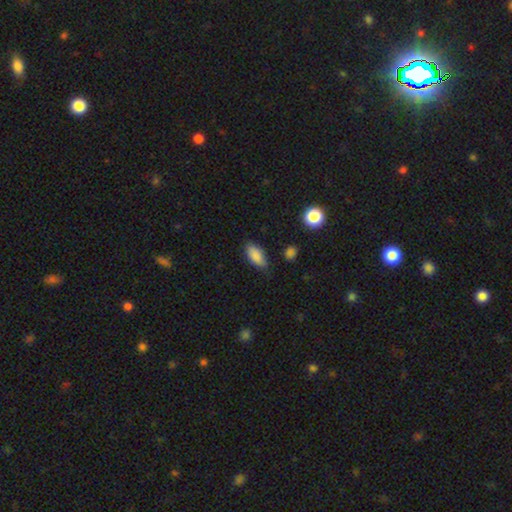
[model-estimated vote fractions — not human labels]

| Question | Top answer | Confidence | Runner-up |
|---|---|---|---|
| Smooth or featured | smooth | 85% | star or artifact (8%) |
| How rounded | in between | 85% | cigar-shaped (12%) |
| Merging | none | 73% | minor disturbance (21%) |